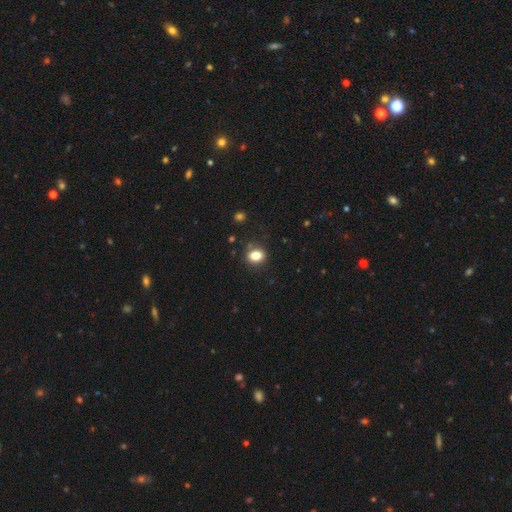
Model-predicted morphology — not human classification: A smooth galaxy with no disk features (82%) that is round (50%). Merging: none (83%).